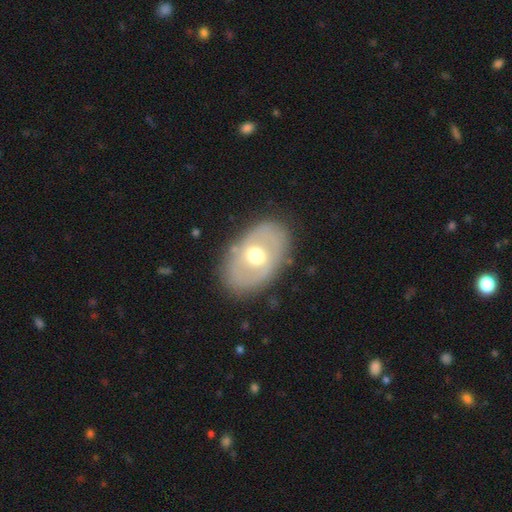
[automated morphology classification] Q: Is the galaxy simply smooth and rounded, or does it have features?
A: featured or disk — 54%.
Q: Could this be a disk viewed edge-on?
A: no — 91%.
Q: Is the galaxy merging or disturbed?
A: none — 81%.